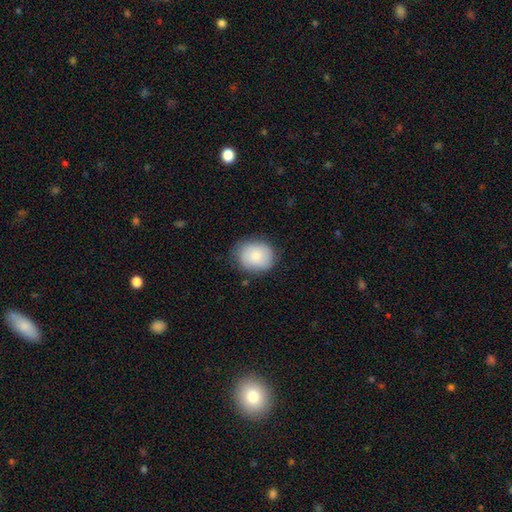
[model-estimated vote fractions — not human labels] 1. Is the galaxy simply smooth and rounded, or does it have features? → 82% smooth, 11% featured or disk, 7% star or artifact.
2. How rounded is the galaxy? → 59% round, 40% in between, 1% cigar-shaped.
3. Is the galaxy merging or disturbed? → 77% none, 17% minor disturbance, 4% major disturbance, 1% merger.